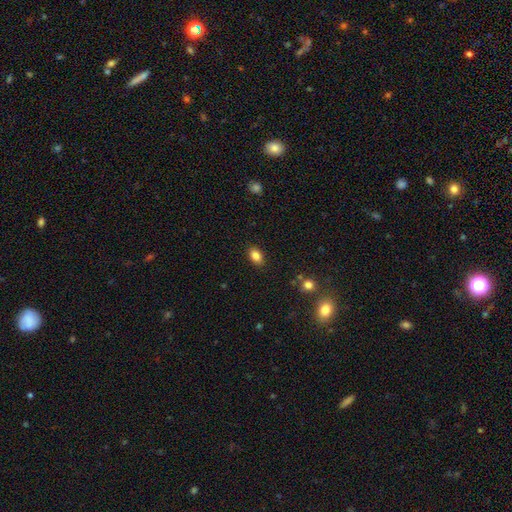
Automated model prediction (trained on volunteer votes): The model was most divided on "how rounded": in between: 84%, round: 14%, cigar-shaped: 2%. More confident: merging — none (87%); smooth or featured — smooth (85%).